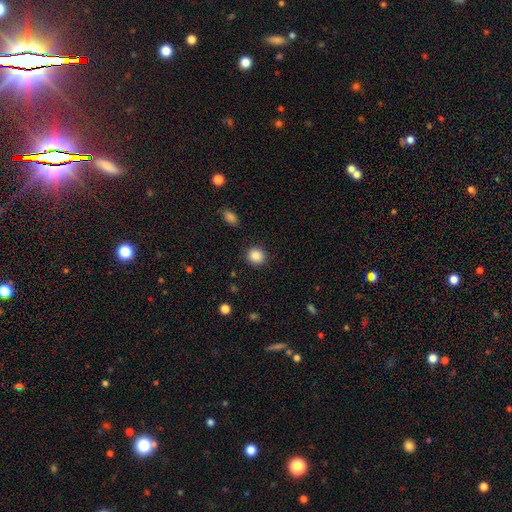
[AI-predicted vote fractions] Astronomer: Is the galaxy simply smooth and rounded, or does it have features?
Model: smooth — 87%.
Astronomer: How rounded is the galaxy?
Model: round — 85%.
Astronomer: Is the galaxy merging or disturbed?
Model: none — 90%.